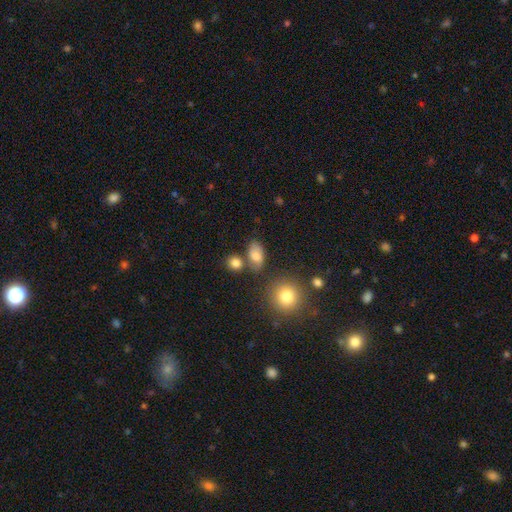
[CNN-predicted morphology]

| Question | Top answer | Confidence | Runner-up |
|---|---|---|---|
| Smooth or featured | smooth | 79% | star or artifact (11%) |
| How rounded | in between | 81% | round (17%) |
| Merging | none | 66% | minor disturbance (16%) |